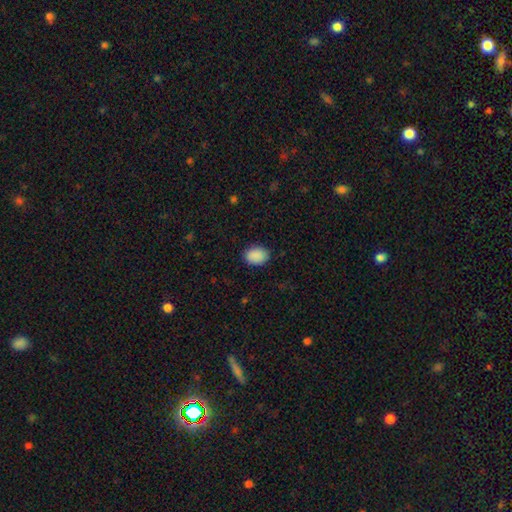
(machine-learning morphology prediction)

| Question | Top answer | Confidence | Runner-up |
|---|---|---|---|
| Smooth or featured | smooth | 90% | star or artifact (7%) |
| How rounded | in between | 70% | round (30%) |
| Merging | none | 85% | minor disturbance (12%) |